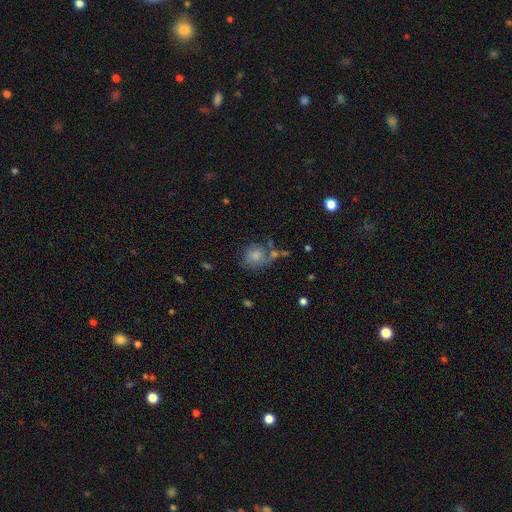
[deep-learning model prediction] Morphology: type=smooth (63%); roundness=round (73%); merging=none (46%).